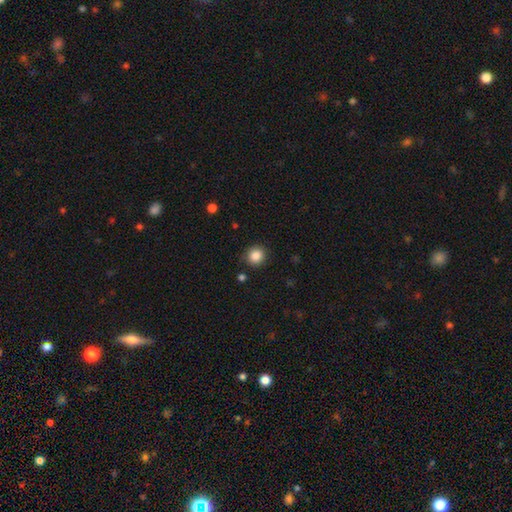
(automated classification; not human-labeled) A smooth galaxy with no disk features (86%) that is round (91%). Merging: none (88%).